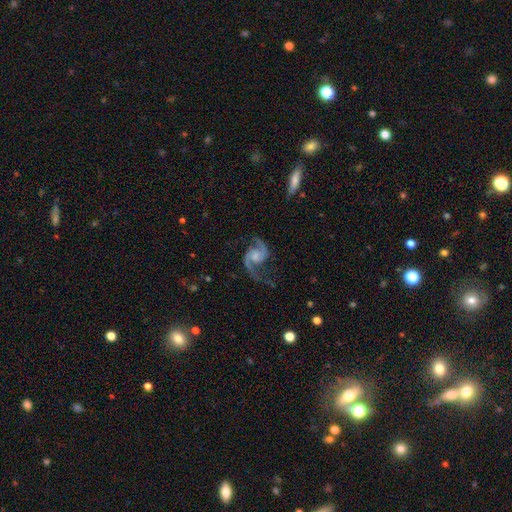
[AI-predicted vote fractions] Smooth or featured: featured or disk — 92% (star or artifact — 4%)
Edge-on disk: no — 98% (yes — 2%)
Bar: no — 58% (weak — 34%)
Spiral arms: yes — 98% (no — 2%)
Spiral winding: medium — 48% (loose — 43%)
Spiral arm count: 2 — 94% (1 — 2%)
Bulge size: small — 35% (moderate — 34%)
Merging: none — 74% (minor disturbance — 15%)